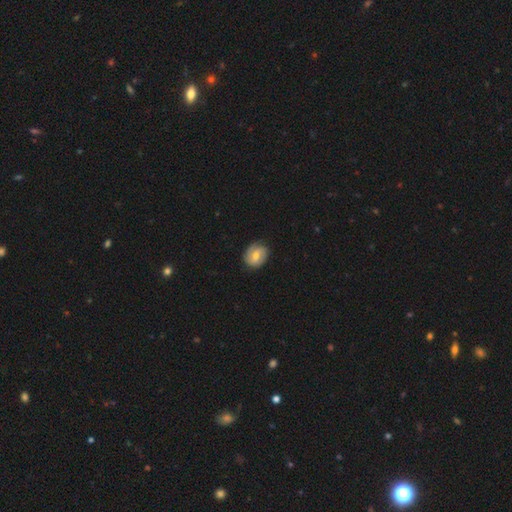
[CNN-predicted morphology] Smooth or featured? Predicted: featured or disk (p=0.51). Edge-on disk? Predicted: no (p=0.97). Merging? Predicted: none (p=0.79).